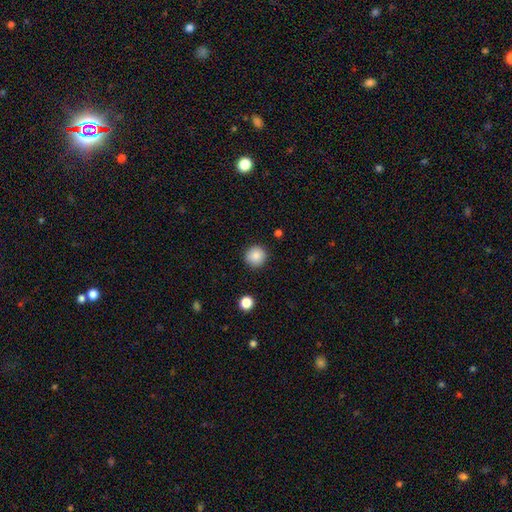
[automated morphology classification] This appears to be a smooth galaxy with no disk features (87%) that is round (95%). Merging: none (91%).